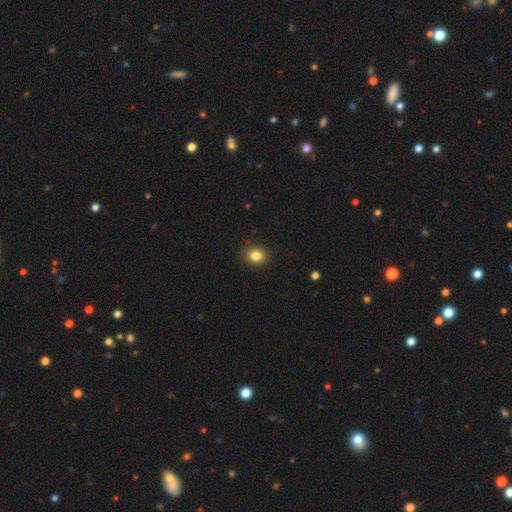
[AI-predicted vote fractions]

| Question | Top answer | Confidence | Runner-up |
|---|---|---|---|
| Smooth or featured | smooth | 84% | star or artifact (11%) |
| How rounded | round | 66% | in between (33%) |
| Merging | none | 90% | minor disturbance (7%) |